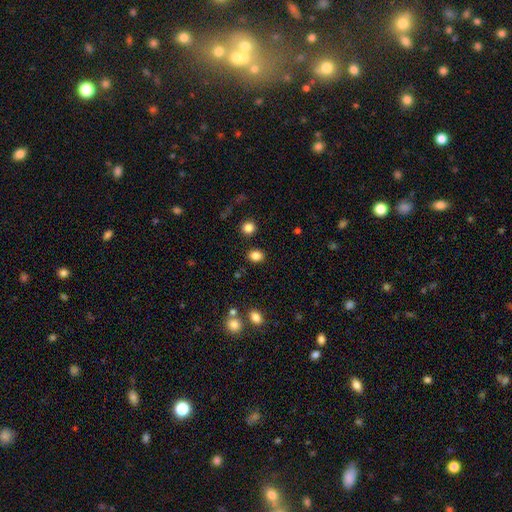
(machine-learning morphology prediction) type=smooth (84%); roundness=round (54%); merging=none (87%).